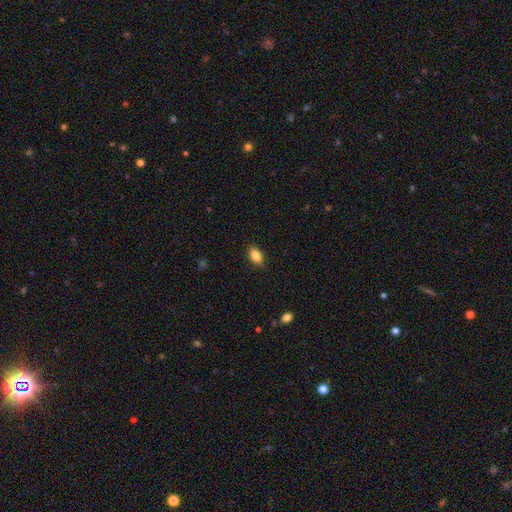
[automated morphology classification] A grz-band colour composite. It shows a smooth galaxy with no disk features (86%) that is in between round and cigar-shaped (89%). Merging: none (88%).